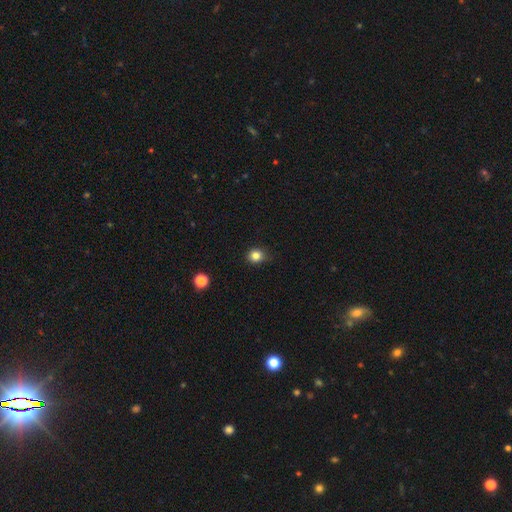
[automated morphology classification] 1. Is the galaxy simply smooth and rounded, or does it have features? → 83% smooth, 12% star or artifact, 5% featured or disk.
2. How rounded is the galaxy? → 81% round, 18% in between, 1% cigar-shaped.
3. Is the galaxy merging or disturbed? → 82% none, 14% minor disturbance, 2% major disturbance, 1% merger.